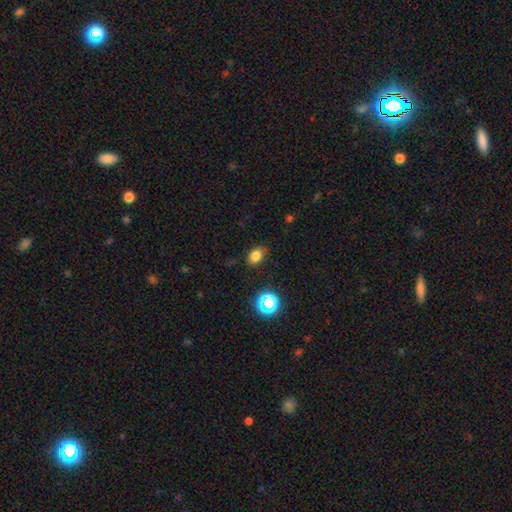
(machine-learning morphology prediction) This is likely a smooth galaxy (77%). How rounded: likely in between (69%). Merging: likely none (77%).